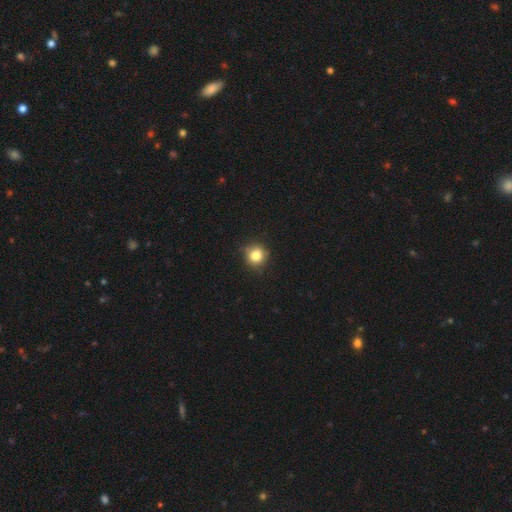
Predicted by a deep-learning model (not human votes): Smooth or featured?
  - smooth: 81% *
  - star or artifact: 12%
  - featured or disk: 7%
How rounded?
  - round: 91% *
  - in between: 8%
  - cigar-shaped: 1%
Merging?
  - none: 81% *
  - minor disturbance: 15%
  - major disturbance: 3%
  - merger: 1%